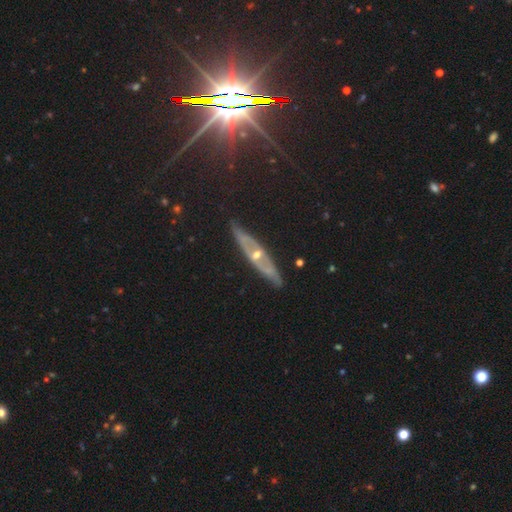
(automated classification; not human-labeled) Overall: featured or disk (64%). Edge-on disk: yes (71%). Merging: none (76%).